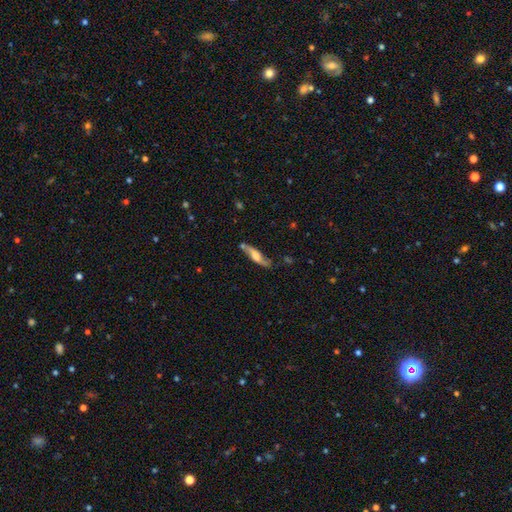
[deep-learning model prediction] featured or disk 59%, smooth 34%, star or artifact 6%. Down the decision tree: edge-on disk — no (53%); merging — none (66%).